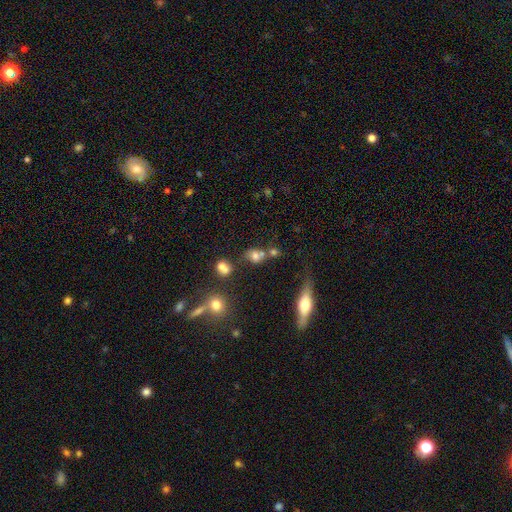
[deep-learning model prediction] This is likely a smooth galaxy (68%). How rounded: possibly round (59%). Merging: marginally none (43%).